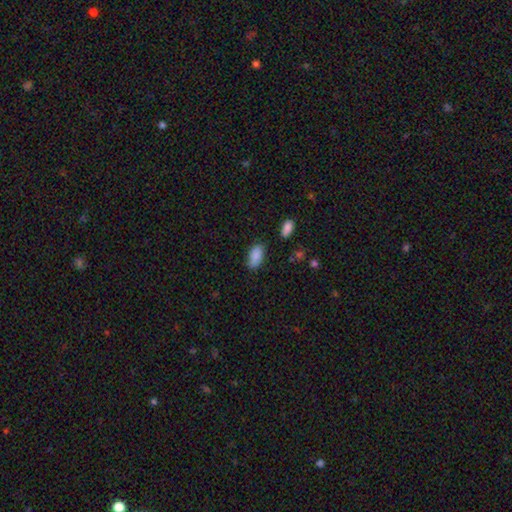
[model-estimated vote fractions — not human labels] smooth_or_featured: smooth (p=0.87) [alt: star or artifact p=0.07]
how_rounded: in between (p=0.93) [alt: cigar-shaped p=0.04]
merging: none (p=0.71) [alt: minor disturbance p=0.21]